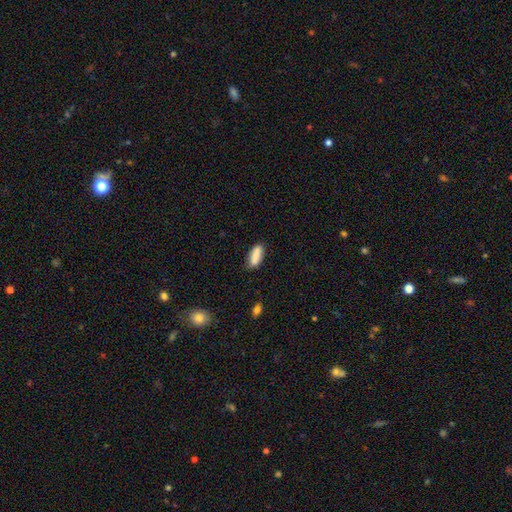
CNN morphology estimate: smooth_or_featured: smooth (p=0.85) [alt: featured or disk p=0.09]
how_rounded: in between (p=0.68) [alt: cigar-shaped p=0.30]
merging: none (p=0.77) [alt: minor disturbance p=0.16]